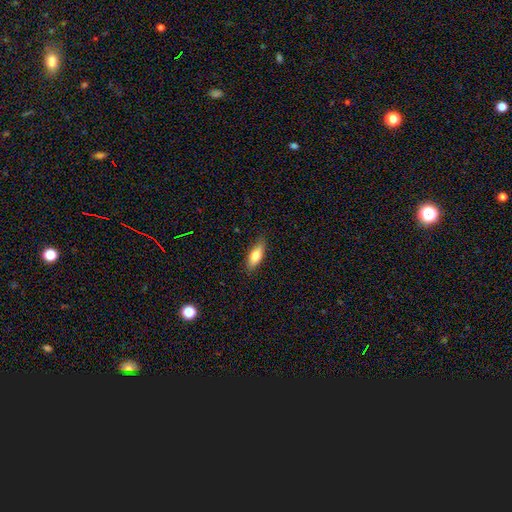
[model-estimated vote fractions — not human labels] smooth_or_featured: smooth (p=0.77) [alt: featured or disk p=0.16]
how_rounded: in between (p=0.70) [alt: cigar-shaped p=0.27]
merging: none (p=0.84) [alt: minor disturbance p=0.13]